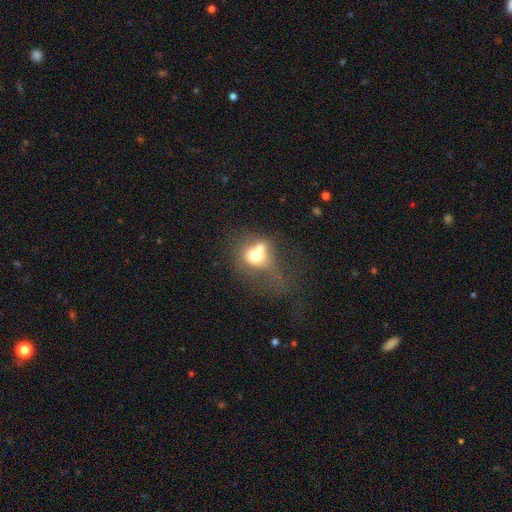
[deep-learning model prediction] Morphology: type=smooth (62%); roundness=round (61%); merging=merger (54%).